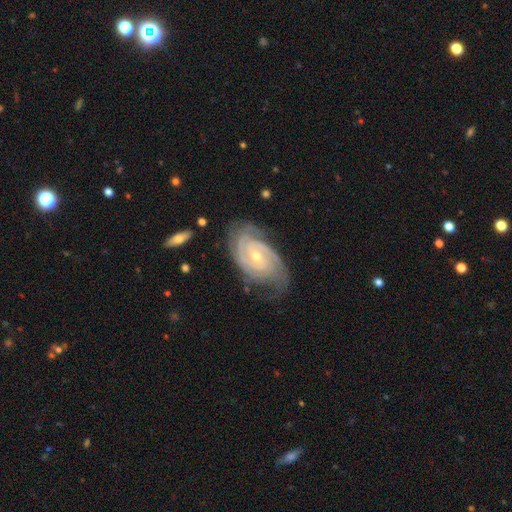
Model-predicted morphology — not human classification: Q: Smooth or featured?
A: featured or disk (90%); runner-up: star or artifact (5%)
Q: Edge-on disk?
A: no (96%); runner-up: yes (4%)
Q: Bar?
A: no (54%); runner-up: weak (35%)
Q: Spiral arms?
A: yes (98%); runner-up: no (2%)
Q: Spiral winding?
A: tight (74%); runner-up: medium (23%)
Q: Spiral arm count?
A: 2 (37%); runner-up: 3 (27%)
Q: Bulge size?
A: small (61%); runner-up: moderate (37%)
Q: Merging?
A: none (70%); runner-up: minor disturbance (21%)